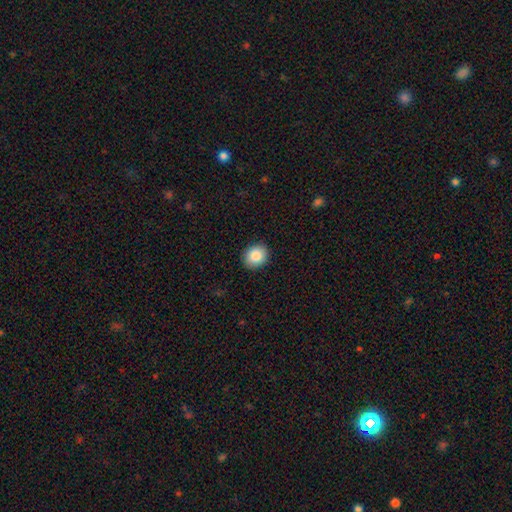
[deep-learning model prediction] This appears to be a smooth galaxy with no disk features (87%) that is round (66%). Merging: none (91%).